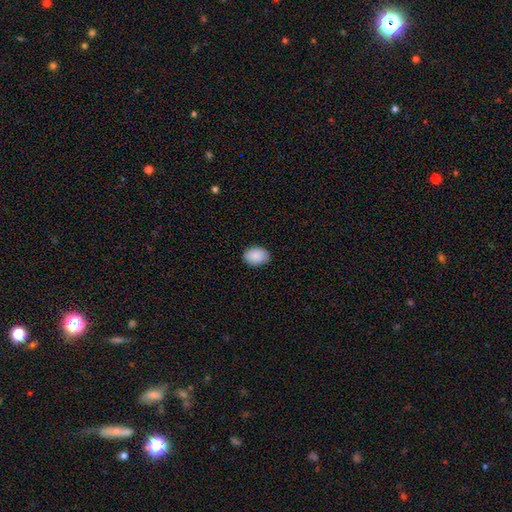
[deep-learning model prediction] Smooth or featured? smooth (89%)
How rounded? in between (77%)
Merging? none (87%)